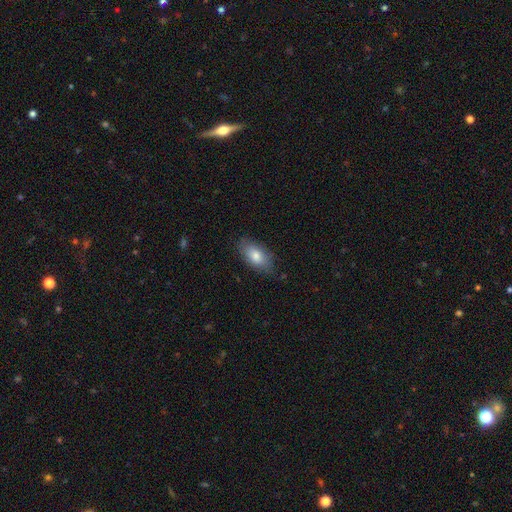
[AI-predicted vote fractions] Q: Smooth or featured?
A: smooth (80%); runner-up: featured or disk (13%)
Q: How rounded?
A: in between (90%); runner-up: cigar-shaped (5%)
Q: Merging?
A: none (80%); runner-up: minor disturbance (16%)